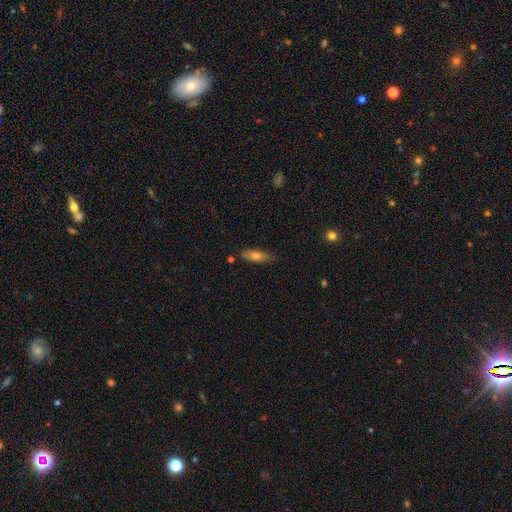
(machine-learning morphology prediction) Smooth or featured? smooth (64%)
How rounded? in between (49%)
Merging? none (82%)